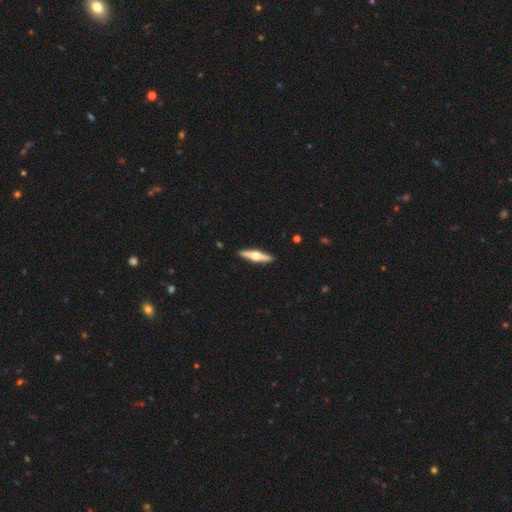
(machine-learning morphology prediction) Q: Smooth or featured?
A: featured or disk (67%); runner-up: smooth (28%)
Q: Edge-on disk?
A: yes (97%); runner-up: no (3%)
Q: Edge-on bulge?
A: rounded (95%); runner-up: boxy (4%)
Q: Merging?
A: none (92%); runner-up: minor disturbance (6%)